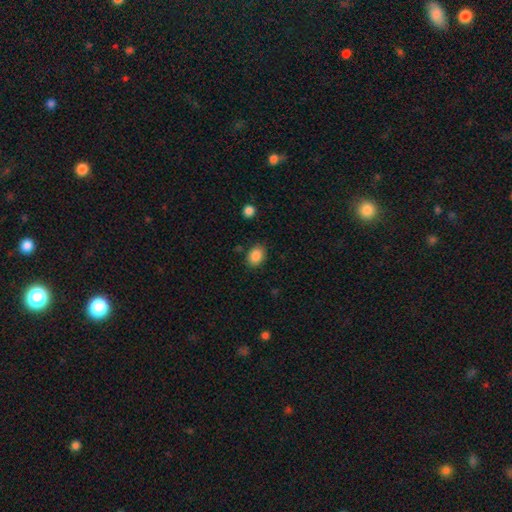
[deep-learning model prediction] The model was most divided on "how rounded": in between: 68%, round: 31%, cigar-shaped: 1%. More confident: smooth or featured — smooth (87%); merging — none (82%).